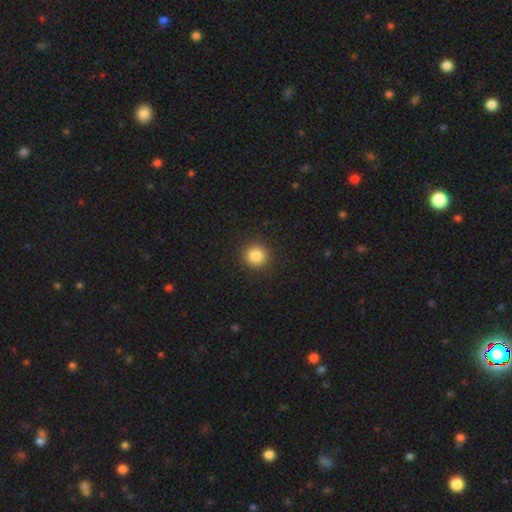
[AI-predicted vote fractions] Smooth or featured? smooth (85%)
How rounded? round (92%)
Merging? none (91%)